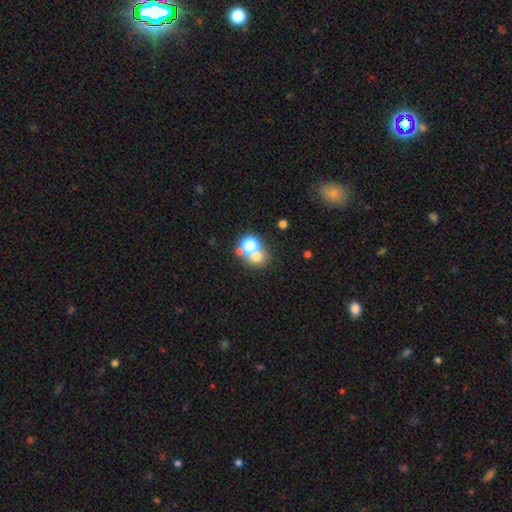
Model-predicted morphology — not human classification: Smooth or featured: smooth — 62% (star or artifact — 25%)
How rounded: round — 81% (in between — 18%)
Merging: none — 49% (merger — 40%)